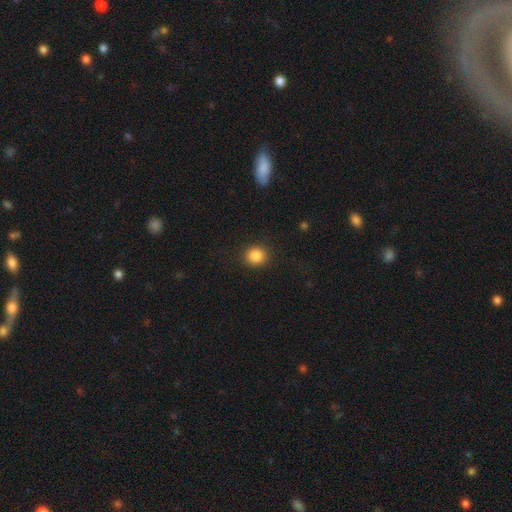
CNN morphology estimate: Smooth or featured? Predicted: smooth (p=0.86). How rounded? Predicted: round (p=0.90). Merging? Predicted: none (p=0.90).